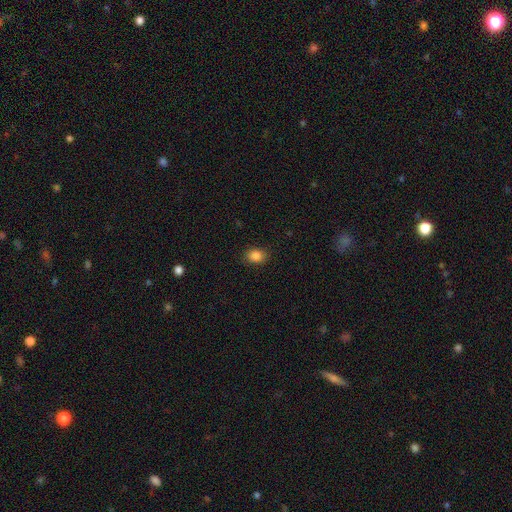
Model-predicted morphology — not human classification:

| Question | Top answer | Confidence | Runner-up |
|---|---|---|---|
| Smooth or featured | smooth | 85% | star or artifact (10%) |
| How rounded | in between | 62% | round (37%) |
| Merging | none | 87% | minor disturbance (9%) |